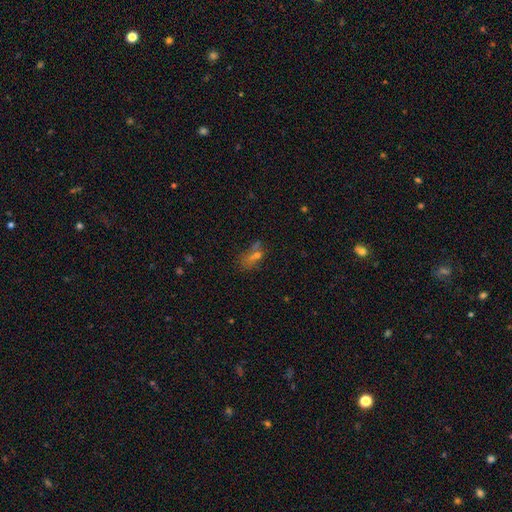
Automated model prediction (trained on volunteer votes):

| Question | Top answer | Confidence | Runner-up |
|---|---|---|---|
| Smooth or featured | smooth | 49% | star or artifact (29%) |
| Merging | none | 41% | merger (23%) |